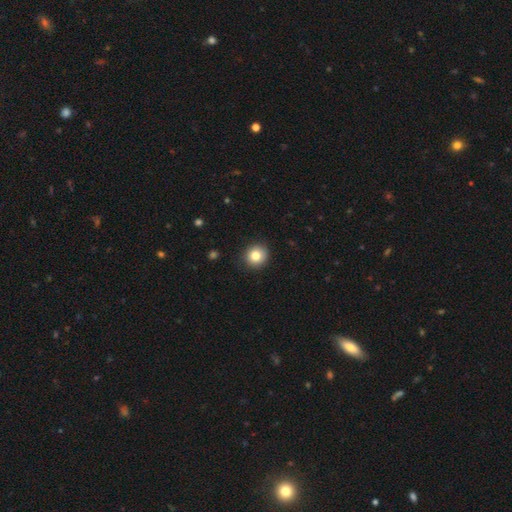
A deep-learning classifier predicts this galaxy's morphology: smooth_or_featured: smooth (p=0.82) [alt: star or artifact p=0.10]
how_rounded: round (p=0.90) [alt: in between p=0.10]
merging: none (p=0.89) [alt: minor disturbance p=0.08]